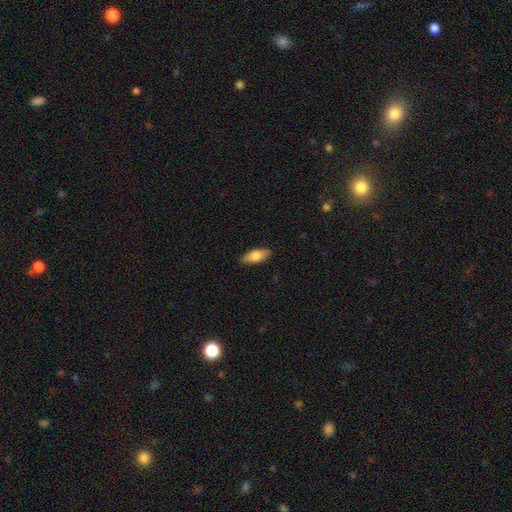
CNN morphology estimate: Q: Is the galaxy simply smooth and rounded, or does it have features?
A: smooth — 80%.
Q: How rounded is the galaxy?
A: in between — 83%.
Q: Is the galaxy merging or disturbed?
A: none — 88%.